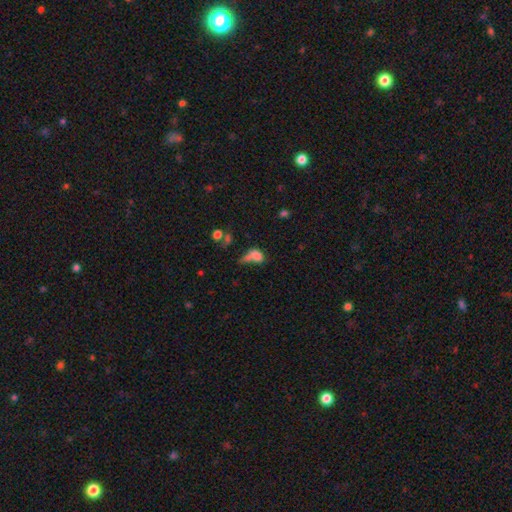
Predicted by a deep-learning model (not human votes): Smooth or featured? smooth (68%)
How rounded? in between (76%)
Merging? major disturbance (32%)